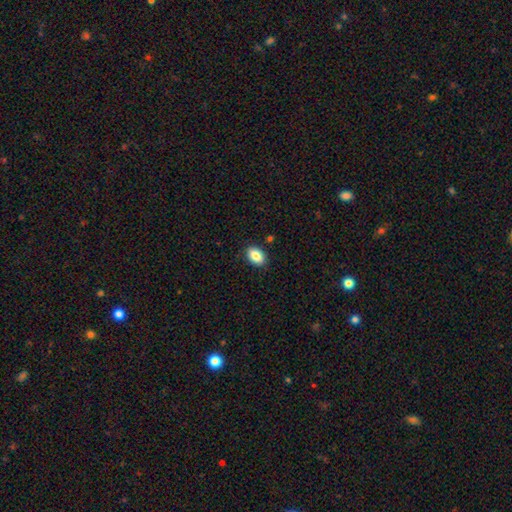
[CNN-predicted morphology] The model was most divided on "how rounded": in between: 88%, round: 11%, cigar-shaped: 1%. More confident: merging — none (88%); smooth or featured — smooth (86%).